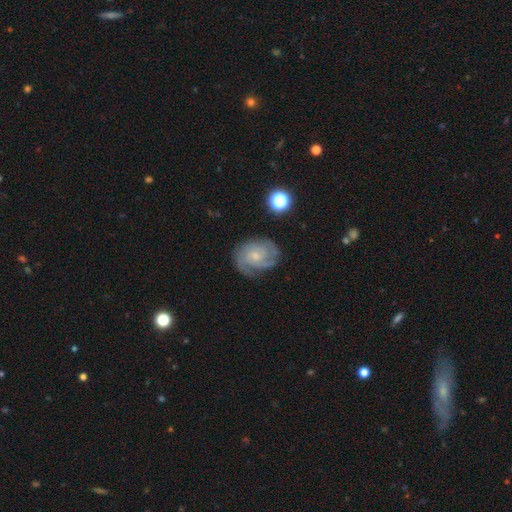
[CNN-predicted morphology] Smooth or featured: featured or disk — 78% (smooth — 15%)
Edge-on disk: no — 98% (yes — 2%)
Bar: no — 65% (weak — 31%)
Spiral arms: yes — 95% (no — 5%)
Spiral winding: tight — 58% (medium — 34%)
Spiral arm count: 2 — 29% (can't tell — 28%)
Bulge size: small — 60% (moderate — 27%)
Merging: none — 71% (minor disturbance — 20%)